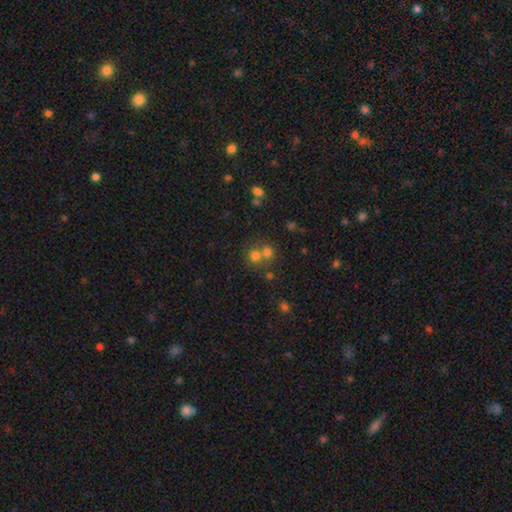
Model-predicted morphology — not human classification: Smooth or featured?
  - smooth: 69% *
  - star or artifact: 19%
  - featured or disk: 11%
How rounded?
  - round: 86% *
  - in between: 13%
  - cigar-shaped: 1%
Merging?
  - none: 47% *
  - merger: 45%
  - minor disturbance: 6%
  - major disturbance: 3%